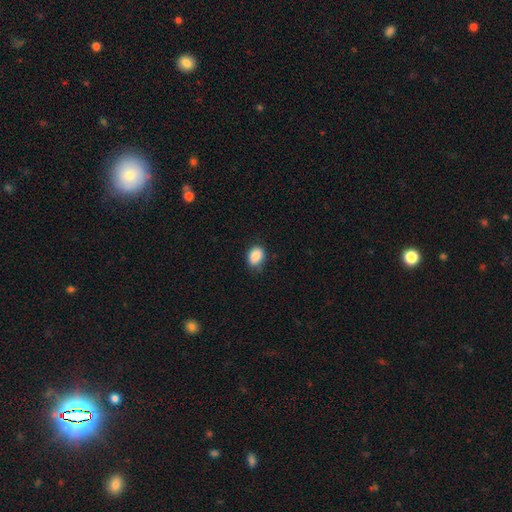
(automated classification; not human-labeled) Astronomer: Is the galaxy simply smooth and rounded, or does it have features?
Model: smooth — 88%.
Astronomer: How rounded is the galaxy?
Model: in between — 65%.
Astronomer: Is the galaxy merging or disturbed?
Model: none — 77%.